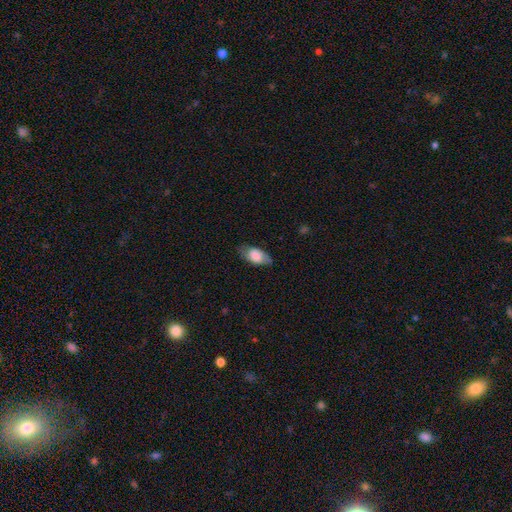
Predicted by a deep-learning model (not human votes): smooth 73%, featured or disk 21%, star or artifact 6%. Down the decision tree: how rounded — in between (91%); merging — none (74%).